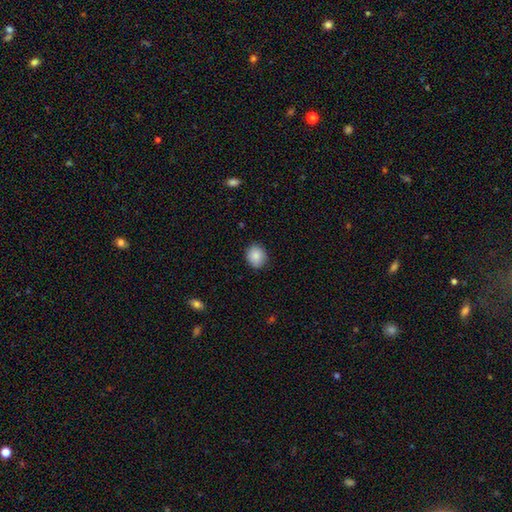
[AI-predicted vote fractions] smooth-or-featured: smooth: 87% | star or artifact: 8% | featured or disk: 5%
  how-rounded: round: 73% | in between: 26% | cigar-shaped: 1%
  merging: none: 87% | minor disturbance: 9% | major disturbance: 2% | merger: 1%